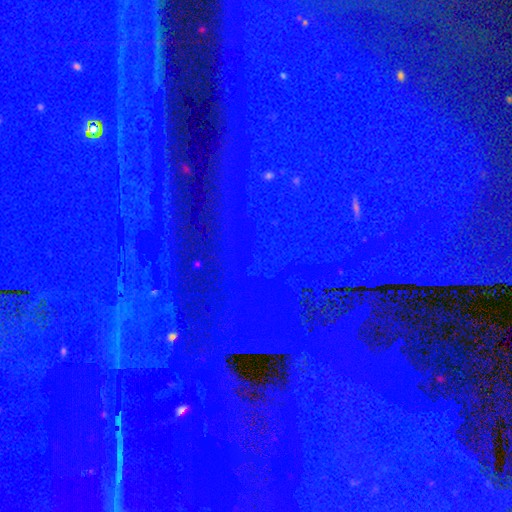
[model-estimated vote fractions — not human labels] star or artifact 88%, featured or disk 7%, smooth 5%.